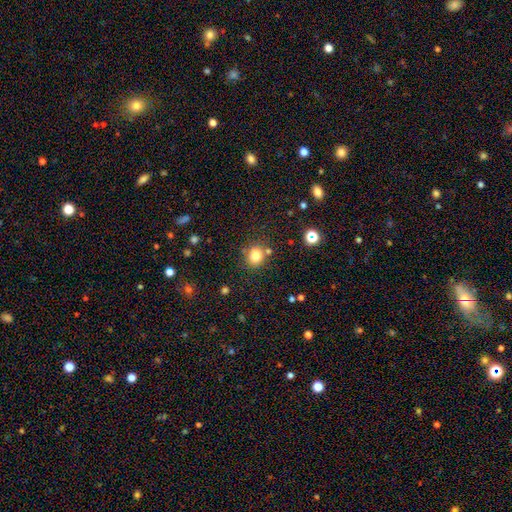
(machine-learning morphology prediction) smooth 80%, star or artifact 13%, featured or disk 7%. Down the decision tree: how rounded — round (73%); merging — none (76%).